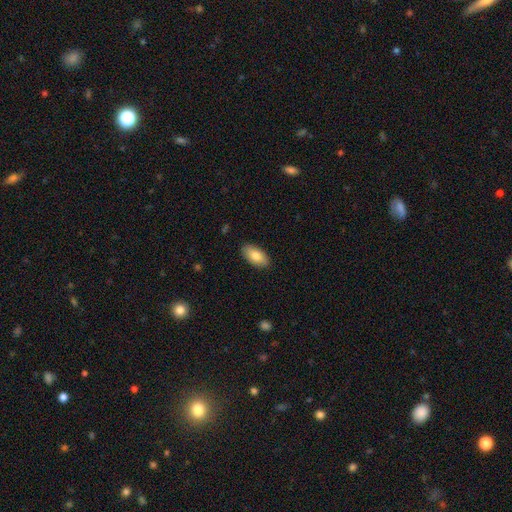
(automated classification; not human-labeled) Smooth or featured?
  - smooth: 83% *
  - featured or disk: 11%
  - star or artifact: 6%
How rounded?
  - in between: 94% *
  - cigar-shaped: 4%
  - round: 3%
Merging?
  - none: 89% *
  - minor disturbance: 8%
  - major disturbance: 2%
  - merger: 1%